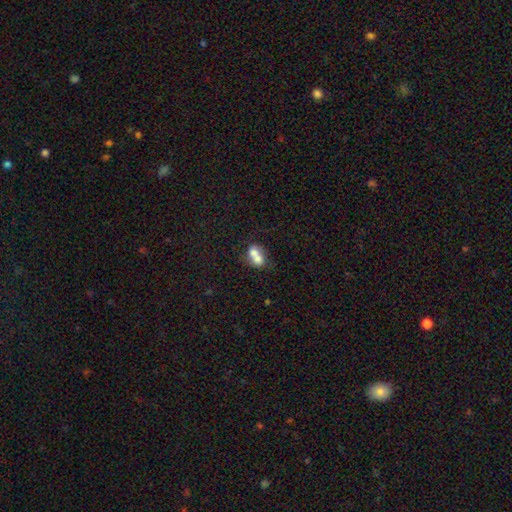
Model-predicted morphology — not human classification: Smooth or featured?
  - smooth: 69% *
  - featured or disk: 23%
  - star or artifact: 9%
How rounded?
  - in between: 58% *
  - round: 40%
  - cigar-shaped: 2%
Merging?
  - merger: 71% *
  - none: 19%
  - minor disturbance: 6%
  - major disturbance: 3%